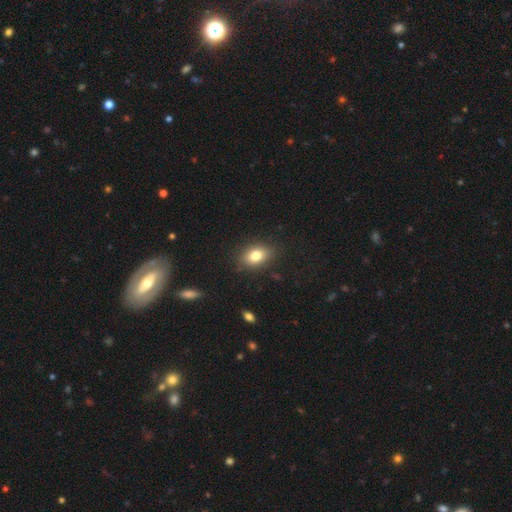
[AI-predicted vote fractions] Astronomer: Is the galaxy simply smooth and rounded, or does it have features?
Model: smooth — 80%.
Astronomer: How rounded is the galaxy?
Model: in between — 80%.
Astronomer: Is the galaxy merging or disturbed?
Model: none — 85%.